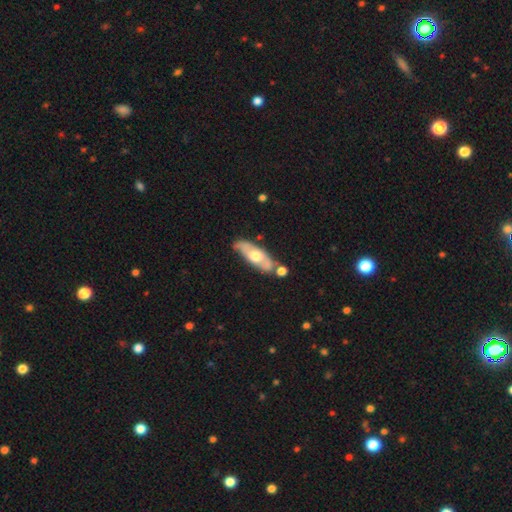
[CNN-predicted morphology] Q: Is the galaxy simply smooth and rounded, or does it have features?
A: featured or disk — 54%.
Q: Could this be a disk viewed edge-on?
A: no — 63%.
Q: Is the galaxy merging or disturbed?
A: none — 63%.